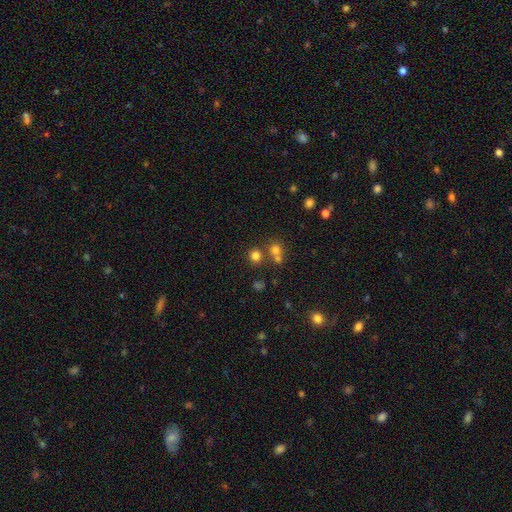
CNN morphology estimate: This is likely a smooth galaxy (75%). How rounded: clearly round (87%). Merging: likely none (68%).